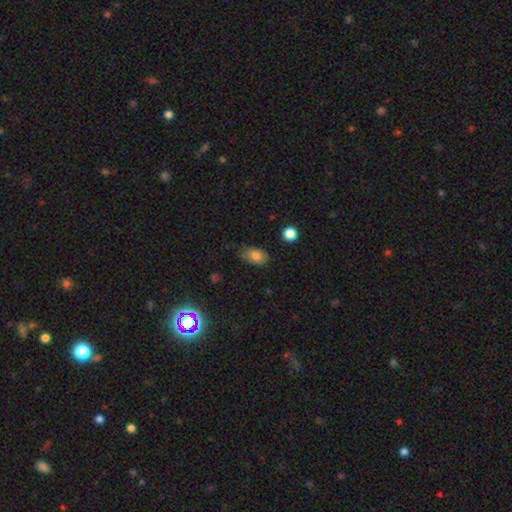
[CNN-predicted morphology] Smooth or featured: smooth — 78% (featured or disk — 12%)
How rounded: in between — 86% (round — 13%)
Merging: none — 66% (minor disturbance — 27%)